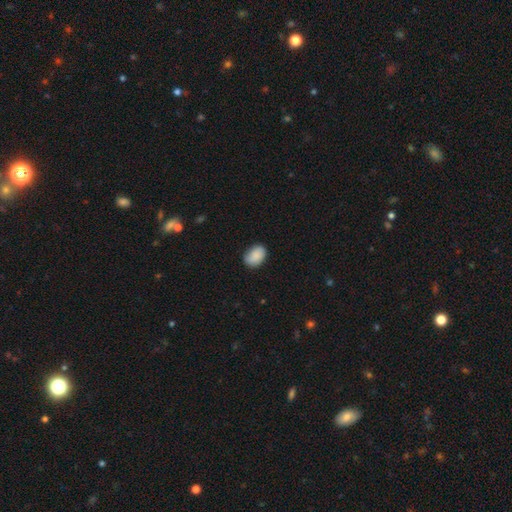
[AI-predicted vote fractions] Smooth or featured? Predicted: smooth (p=0.88). How rounded? Predicted: in between (p=0.81). Merging? Predicted: none (p=0.78).